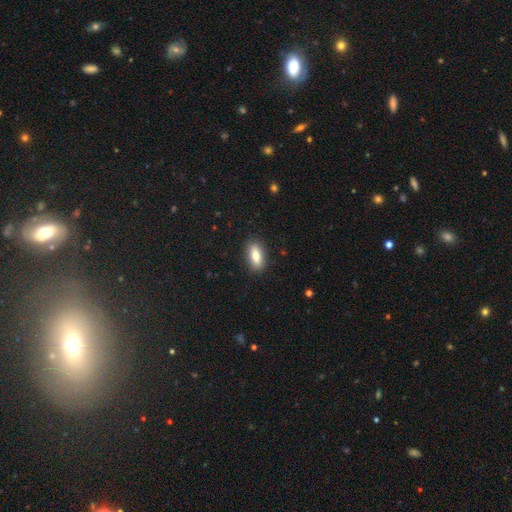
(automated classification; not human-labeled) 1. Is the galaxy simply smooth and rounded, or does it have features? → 81% smooth, 12% featured or disk, 7% star or artifact.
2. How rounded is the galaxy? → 79% in between, 18% cigar-shaped, 3% round.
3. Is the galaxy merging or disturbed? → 88% none, 9% minor disturbance, 2% major disturbance, 1% merger.